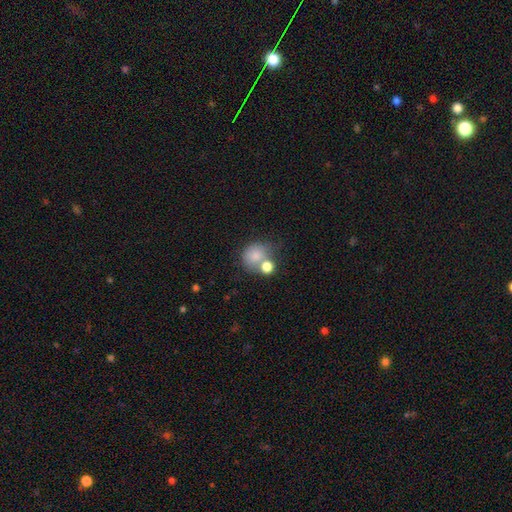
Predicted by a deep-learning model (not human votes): Q: Smooth or featured?
A: smooth (78%); runner-up: featured or disk (12%)
Q: How rounded?
A: round (73%); runner-up: in between (26%)
Q: Merging?
A: merger (42%); runner-up: none (37%)